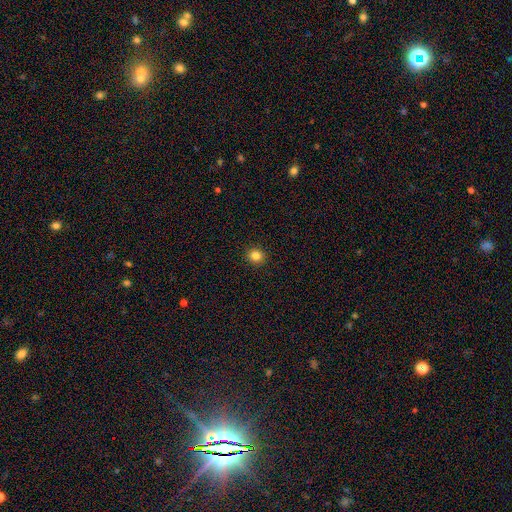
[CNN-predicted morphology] This is clearly a smooth galaxy (83%). How rounded: clearly round (89%). Merging: clearly none (93%).